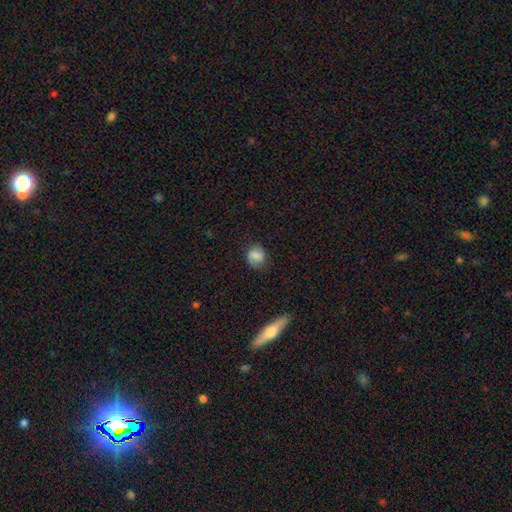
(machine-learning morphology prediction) Smooth or featured? Predicted: smooth (p=0.71). How rounded? Predicted: round (p=0.54). Merging? Predicted: none (p=0.66).